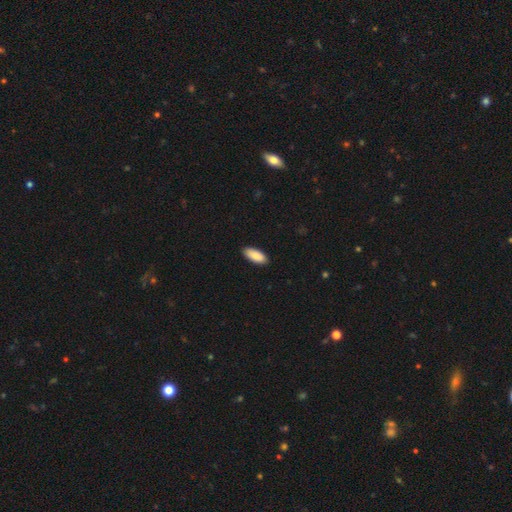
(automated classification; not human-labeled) Morphology: type=smooth (90%); roundness=in between (87%); merging=none (89%).